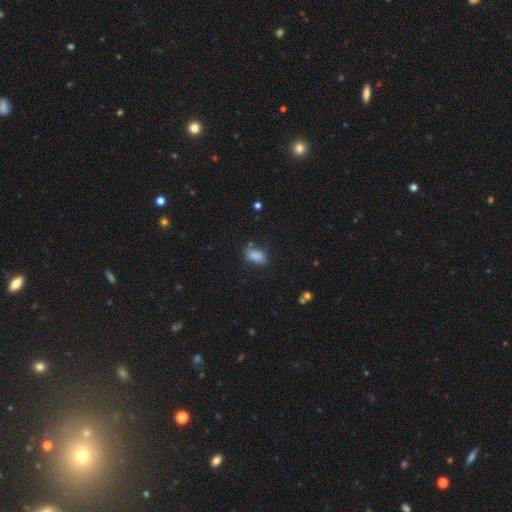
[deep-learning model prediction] smooth_or_featured: smooth (p=0.84) [alt: star or artifact p=0.10]
how_rounded: in between (p=0.87) [alt: round p=0.10]
merging: none (p=0.67) [alt: minor disturbance p=0.22]